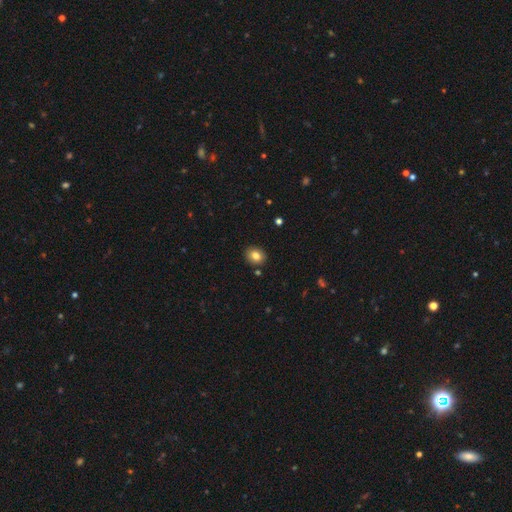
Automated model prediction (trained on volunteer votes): Overall: smooth (82%). How rounded: round (59%; in between 40%). Merging: none (88%).